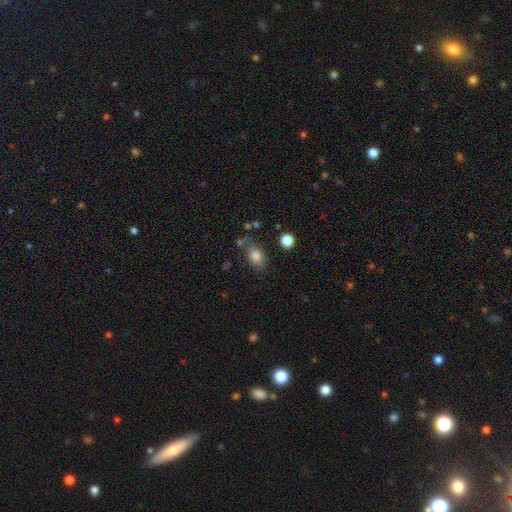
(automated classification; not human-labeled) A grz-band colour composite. It shows a smooth galaxy with no disk features (79%) that is in between round and cigar-shaped (75%). Merging: none (66%).